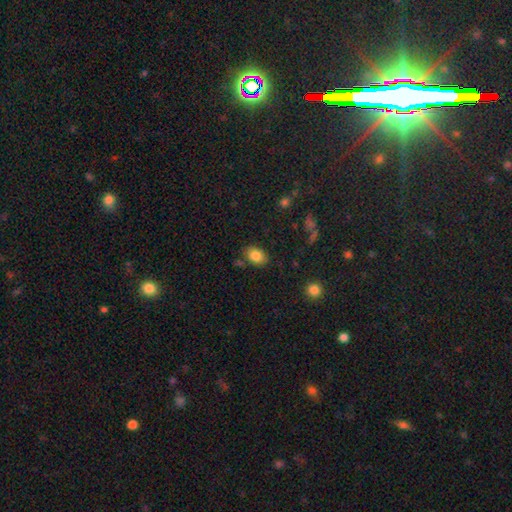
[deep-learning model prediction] This appears to be a smooth galaxy with no disk features (83%) that is in between round and cigar-shaped (79%). Merging: none (79%).